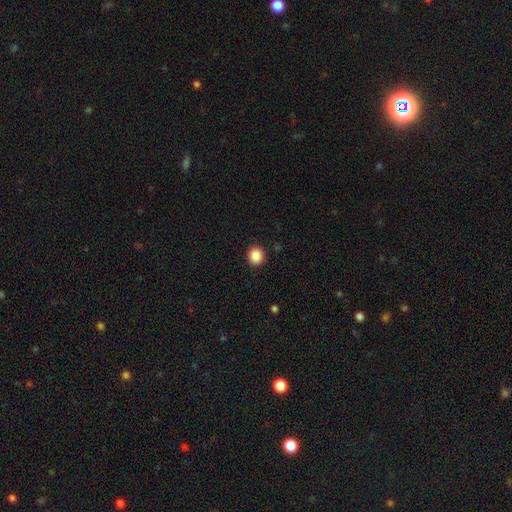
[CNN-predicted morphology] smooth 88%, star or artifact 9%, featured or disk 3%. Down the decision tree: how rounded — round (81%); merging — none (92%).